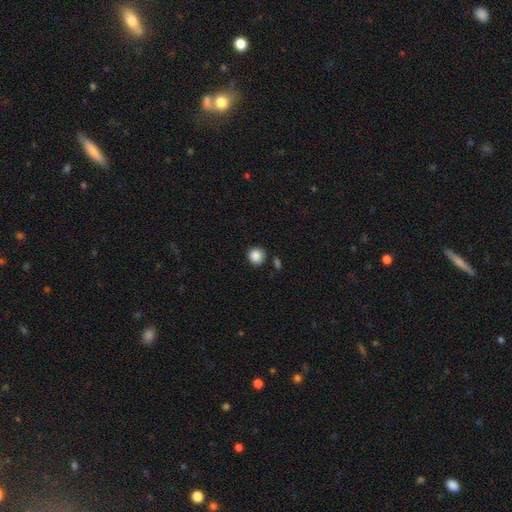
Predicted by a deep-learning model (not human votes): A smooth galaxy with no disk features (88%) that is round (91%). Merging: none (83%).